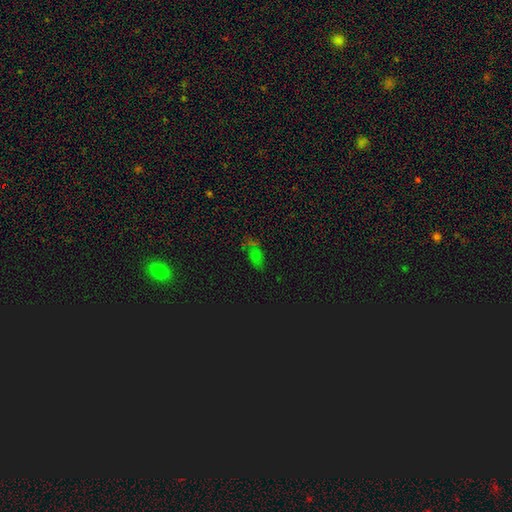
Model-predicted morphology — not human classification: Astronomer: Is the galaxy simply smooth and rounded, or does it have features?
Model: smooth — 47% (runner-up: star or artifact, 42%).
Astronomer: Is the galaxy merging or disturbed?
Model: none — 58%.